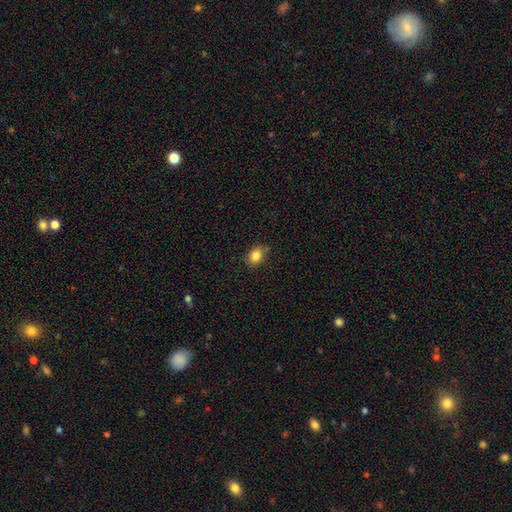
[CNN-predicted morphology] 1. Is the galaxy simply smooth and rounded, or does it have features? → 85% smooth, 10% star or artifact, 6% featured or disk.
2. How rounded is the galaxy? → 60% in between, 39% round, 1% cigar-shaped.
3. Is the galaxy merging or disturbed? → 80% none, 15% minor disturbance, 3% major disturbance, 3% merger.